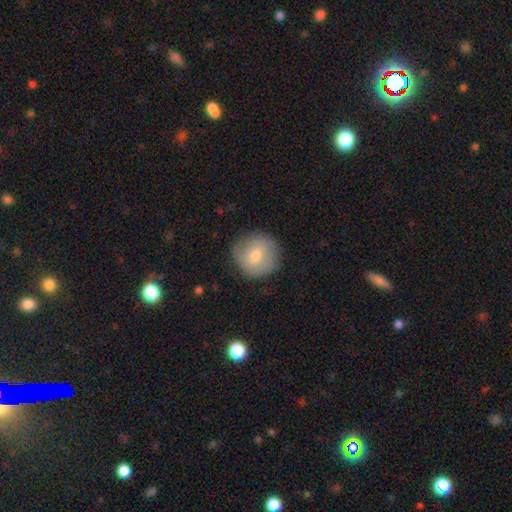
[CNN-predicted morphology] Smooth or featured? smooth (58%)
How rounded? round (92%)
Merging? none (82%)